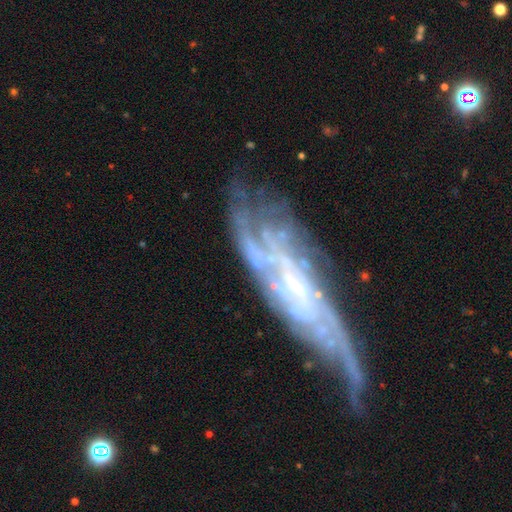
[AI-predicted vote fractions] The model was most divided on "bulge size": none: 44%, small: 31%, moderate: 19%, large: 4%, dominant: 2%. Remaining: edge-on disk — no (84%); smooth or featured — featured or disk (72%); spiral arms — yes (59%); merging — none (46%); bar — no (44%).